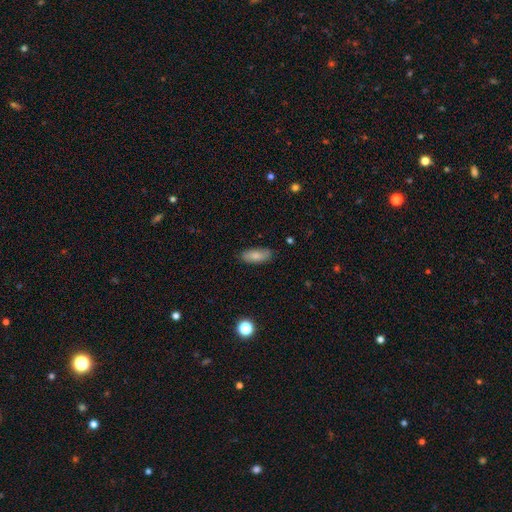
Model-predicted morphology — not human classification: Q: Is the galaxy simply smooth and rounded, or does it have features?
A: smooth — 81%.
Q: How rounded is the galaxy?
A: in between — 79%.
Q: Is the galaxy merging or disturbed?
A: none — 82%.